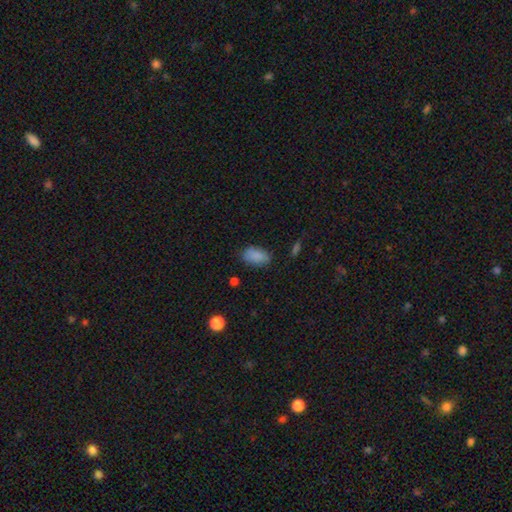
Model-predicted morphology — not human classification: The model was most divided on "merging": none: 79%, minor disturbance: 16%, major disturbance: 4%, merger: 2%. More confident: how rounded — in between (92%); smooth or featured — smooth (87%).